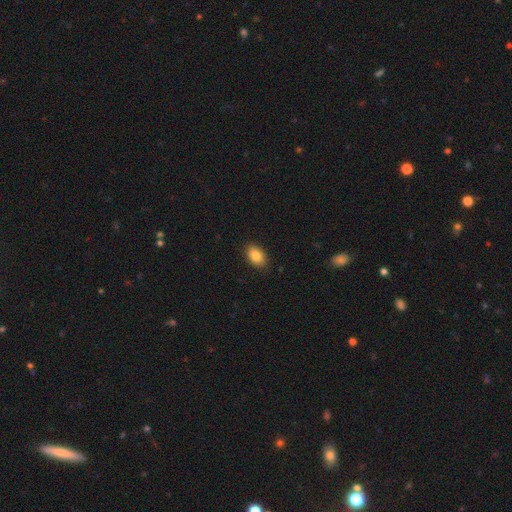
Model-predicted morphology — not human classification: This appears to be a smooth galaxy with no disk features (86%) that is in between round and cigar-shaped (89%). Merging: none (88%).